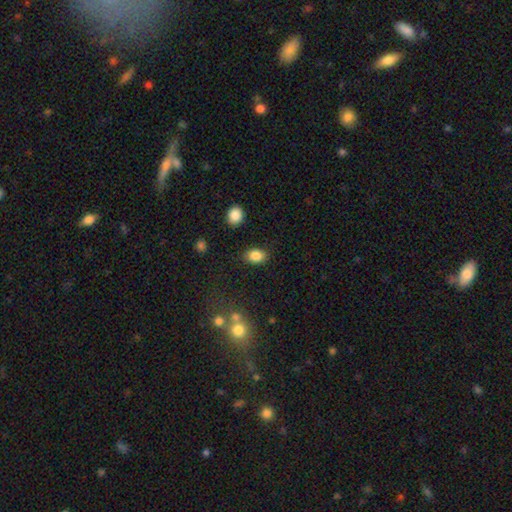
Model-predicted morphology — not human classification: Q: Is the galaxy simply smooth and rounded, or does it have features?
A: smooth — 85%.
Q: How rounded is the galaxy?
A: in between — 76%.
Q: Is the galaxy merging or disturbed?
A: none — 85%.